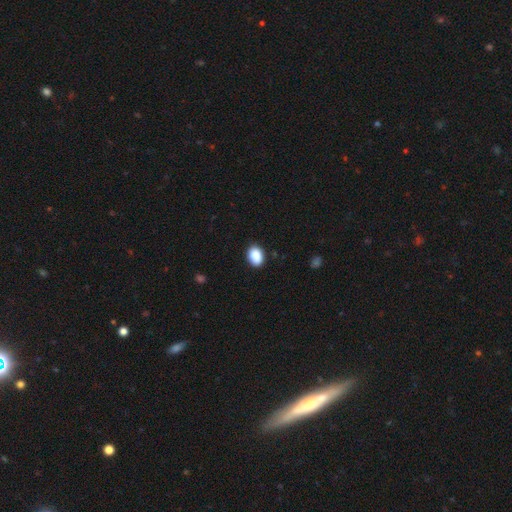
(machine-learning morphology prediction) A smooth galaxy with no disk features (90%) that is in between round and cigar-shaped (79%). Merging: none (86%).